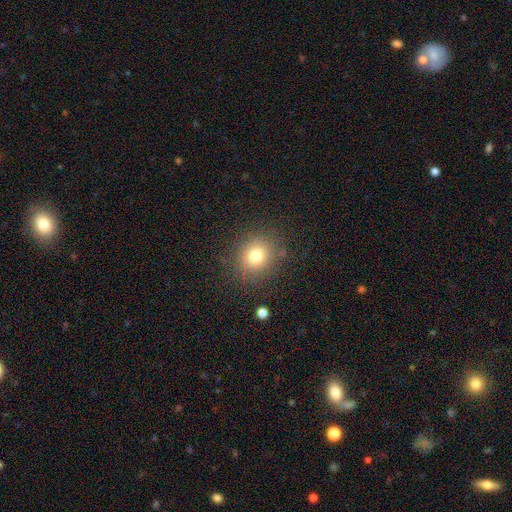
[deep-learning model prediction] A smooth galaxy with no disk features (76%) that is round (79%). Merging: none (83%).